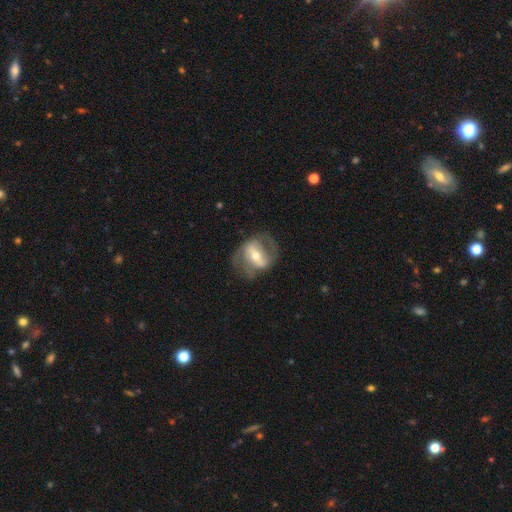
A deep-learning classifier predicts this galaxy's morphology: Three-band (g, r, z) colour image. It shows a featured or disk galaxy (73%) with a strong bar (49%), 2 (79%) medium (47%) spiral arms (73%) and a moderate central bulge (56%). Merging: none (63%).